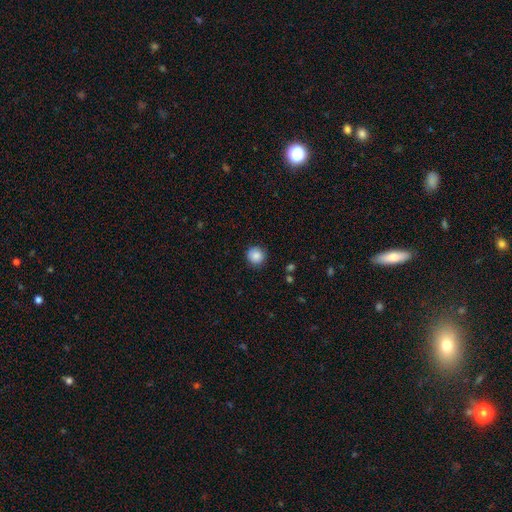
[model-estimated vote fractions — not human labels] Smooth or featured? Predicted: smooth (p=0.86). How rounded? Predicted: round (p=0.94). Merging? Predicted: none (p=0.89).